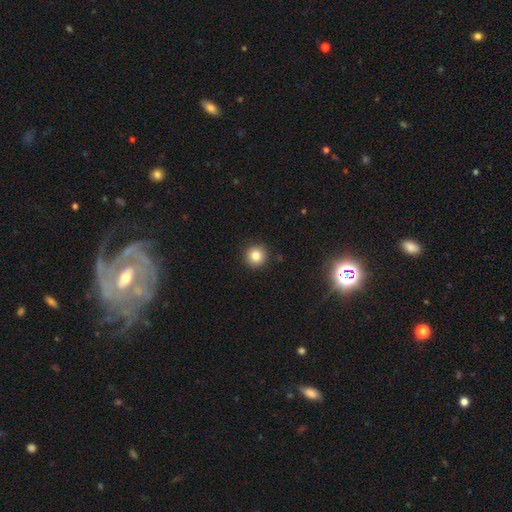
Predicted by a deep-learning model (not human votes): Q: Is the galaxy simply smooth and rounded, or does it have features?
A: smooth — 83%.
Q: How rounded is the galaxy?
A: round — 95%.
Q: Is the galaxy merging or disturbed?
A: none — 91%.